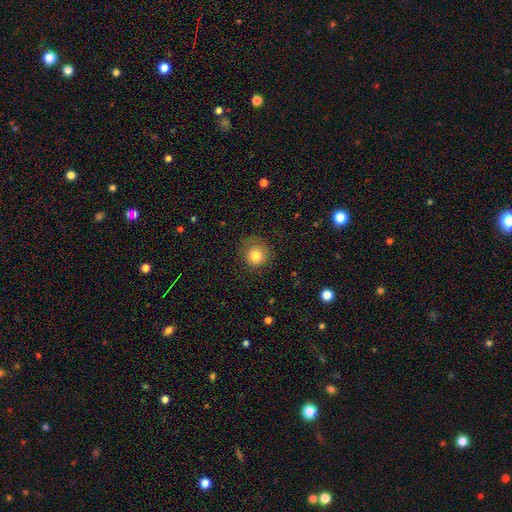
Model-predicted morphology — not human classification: Smooth or featured? Predicted: smooth (p=0.81). How rounded? Predicted: round (p=0.92). Merging? Predicted: none (p=0.79).